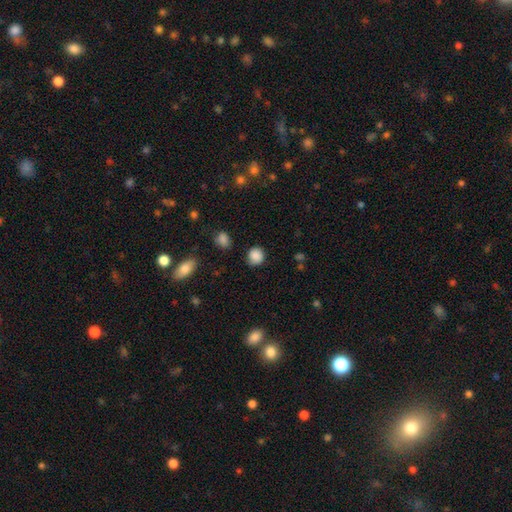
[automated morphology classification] Overall: smooth (85%). How rounded: round (84%). Merging: none (77%).